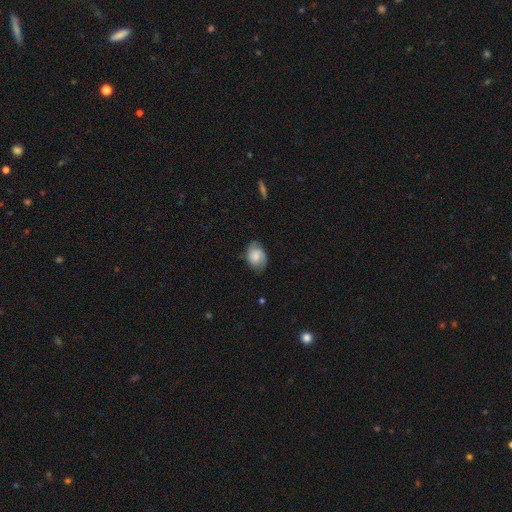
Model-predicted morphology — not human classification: smooth 61%, featured or disk 31%, star or artifact 8%. Down the decision tree: how rounded — in between (71%); merging — none (63%).